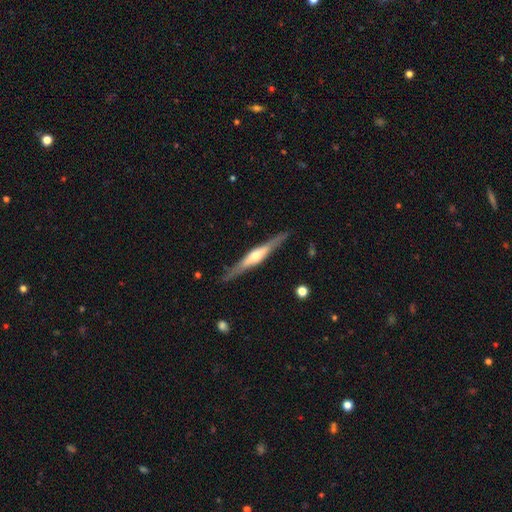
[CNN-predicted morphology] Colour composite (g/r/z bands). It shows a featured or disk galaxy (74%) viewed edge-on (97%) with a rounded central bulge (86%). Merging: none (86%).